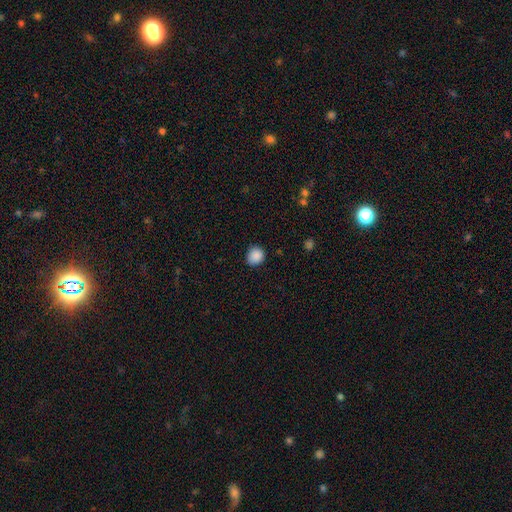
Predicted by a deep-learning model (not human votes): Smooth or featured? smooth (88%)
How rounded? round (81%)
Merging? none (85%)